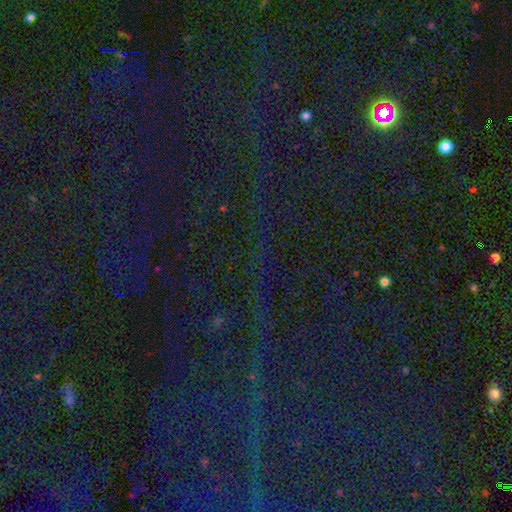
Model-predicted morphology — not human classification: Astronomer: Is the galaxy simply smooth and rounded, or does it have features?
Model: star or artifact — 83%.